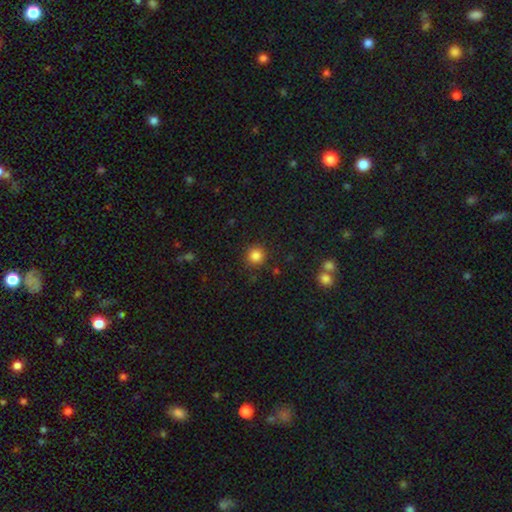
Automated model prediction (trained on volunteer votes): Smooth or featured: smooth — 84% (star or artifact — 11%)
How rounded: round — 93% (in between — 6%)
Merging: none — 89% (minor disturbance — 7%)